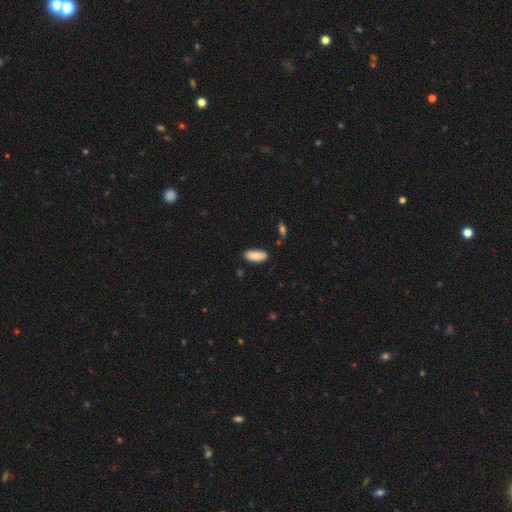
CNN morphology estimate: This appears to be a smooth galaxy with no disk features (87%) that is in between round and cigar-shaped (83%). Merging: none (80%).